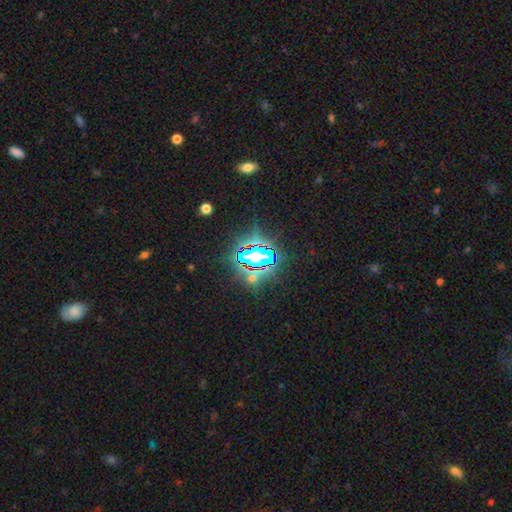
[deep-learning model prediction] Smooth or featured? Predicted: star or artifact (p=0.80).